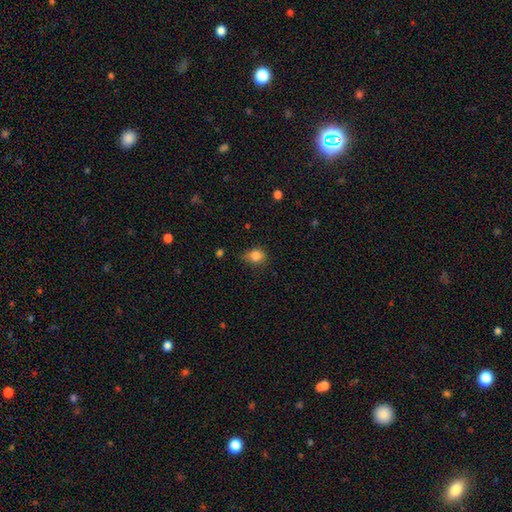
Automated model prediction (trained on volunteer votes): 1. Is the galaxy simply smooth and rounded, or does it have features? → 84% smooth, 10% star or artifact, 5% featured or disk.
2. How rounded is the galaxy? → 56% round, 43% in between, 1% cigar-shaped.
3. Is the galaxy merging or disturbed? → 55% none, 34% minor disturbance, 9% major disturbance, 2% merger.